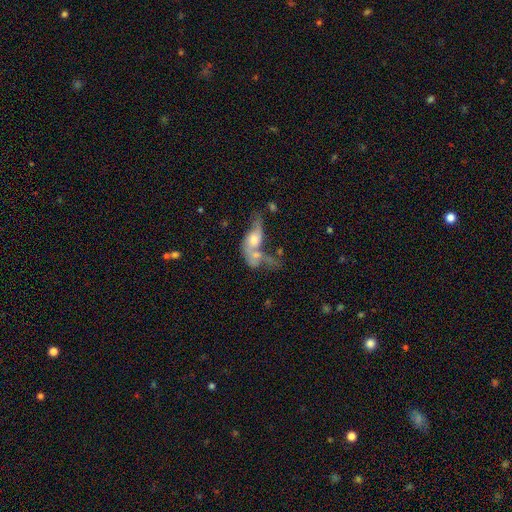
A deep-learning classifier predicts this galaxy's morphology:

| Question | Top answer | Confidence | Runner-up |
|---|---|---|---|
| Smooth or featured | featured or disk | 55% | smooth (36%) |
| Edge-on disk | no | 88% | yes (12%) |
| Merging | merger | 59% | major disturbance (17%) |